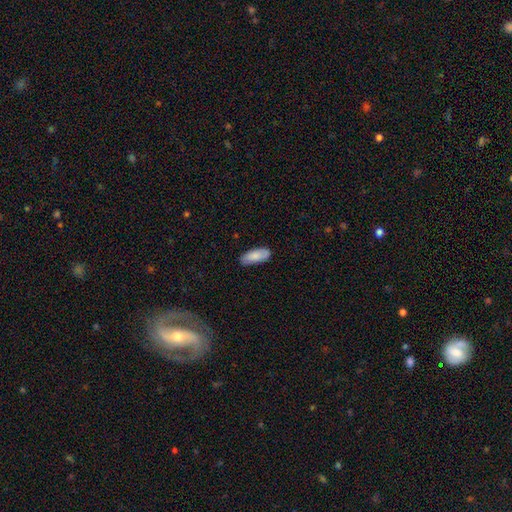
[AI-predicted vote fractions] Smooth or featured? Predicted: smooth (p=0.85). How rounded? Predicted: in between (p=0.82). Merging? Predicted: none (p=0.79).